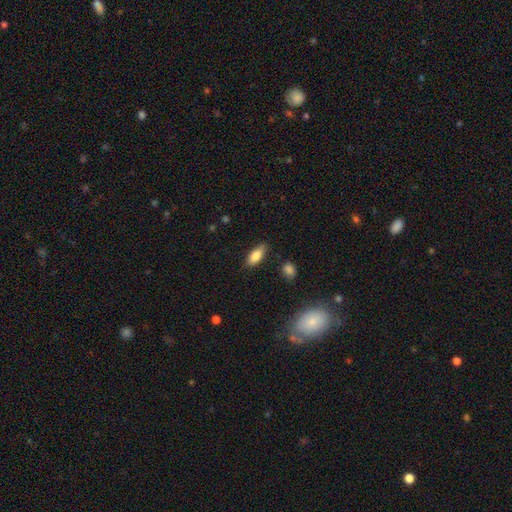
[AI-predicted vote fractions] Smooth or featured? Predicted: smooth (p=0.81). How rounded? Predicted: in between (p=0.80). Merging? Predicted: none (p=0.78).